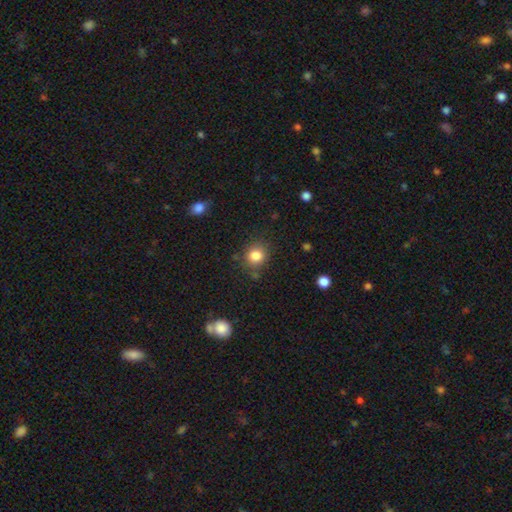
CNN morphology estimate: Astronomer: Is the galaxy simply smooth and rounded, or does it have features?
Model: smooth — 83%.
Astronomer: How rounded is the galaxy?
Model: round — 79%.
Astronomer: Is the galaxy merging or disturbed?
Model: none — 80%.